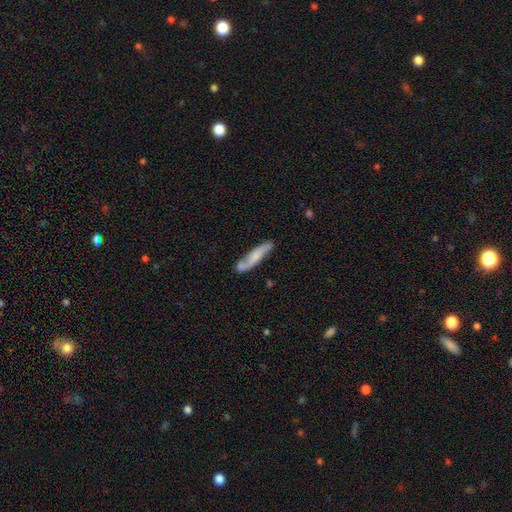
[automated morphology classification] Overall: smooth (63%; featured or disk 32%). How rounded: cigar-shaped (83%). Merging: none (59%; minor disturbance 20%).